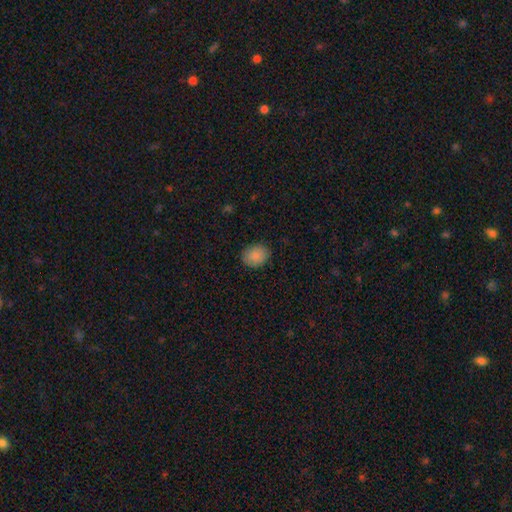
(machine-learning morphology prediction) Q: Smooth or featured?
A: smooth (88%); runner-up: star or artifact (8%)
Q: How rounded?
A: in between (52%); runner-up: round (47%)
Q: Merging?
A: none (87%); runner-up: minor disturbance (10%)